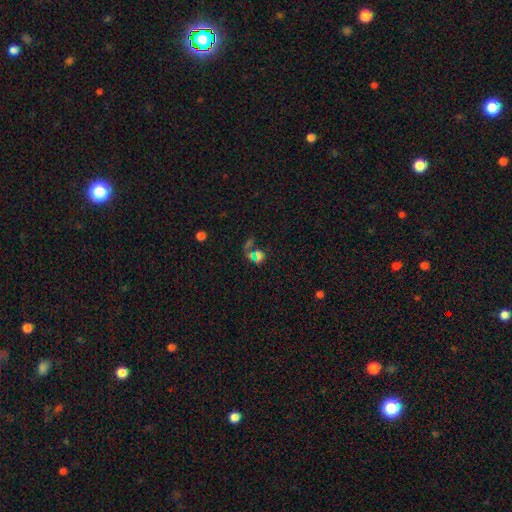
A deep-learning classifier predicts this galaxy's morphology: Smooth or featured?
  - smooth: 40% *
  - star or artifact: 39%
  - featured or disk: 21%
Merging?
  - merger: 43% *
  - none: 34%
  - major disturbance: 13%
  - minor disturbance: 10%